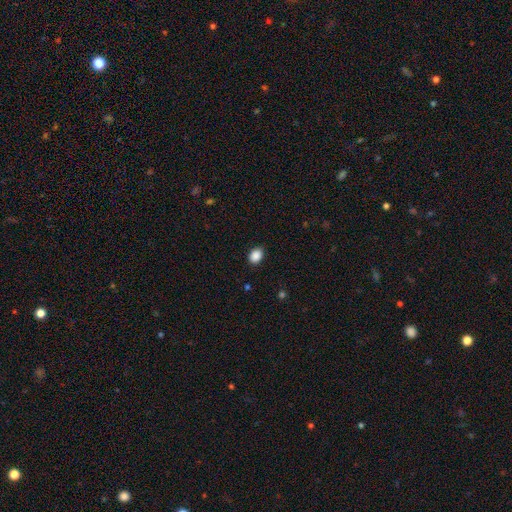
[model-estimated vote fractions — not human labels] A smooth galaxy with no disk features (89%) that is in between round and cigar-shaped (69%).

Vote fractions:
- Smooth or featured? smooth: 89% / star or artifact: 8% / featured or disk: 3%
- How rounded? in between: 69% / round: 30% / cigar-shaped: 1%
- Merging? none: 87% / minor disturbance: 10% / major disturbance: 2% / merger: 1%